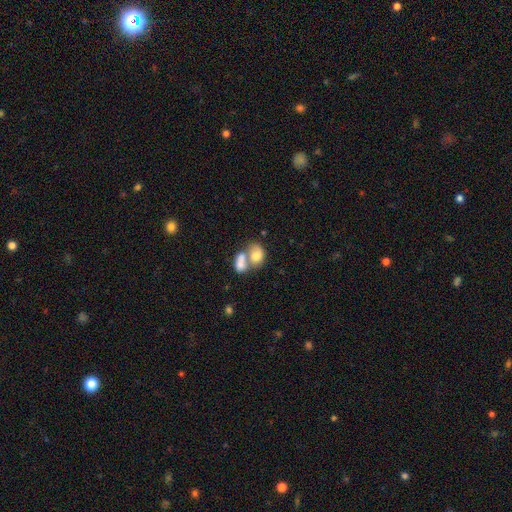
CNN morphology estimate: Smooth or featured? smooth (74%)
How rounded? in between (71%)
Merging? merger (71%)